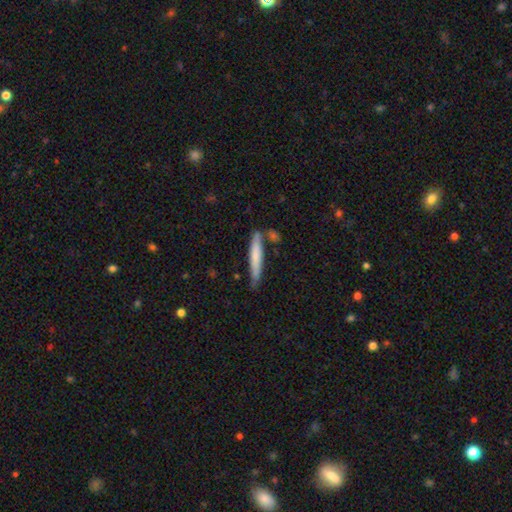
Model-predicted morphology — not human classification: smooth_or_featured: smooth (p=0.68) [alt: featured or disk p=0.26]
how_rounded: cigar-shaped (p=0.93) [alt: in between p=0.06]
merging: none (p=0.72) [alt: minor disturbance p=0.18]